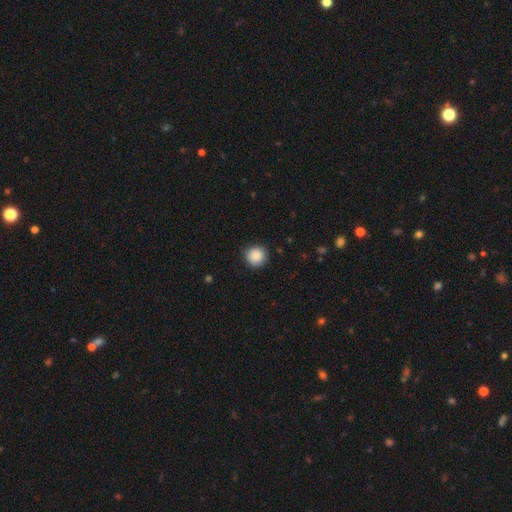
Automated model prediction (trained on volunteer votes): A smooth galaxy with no disk features (88%) that is round (95%). Merging: none (90%).